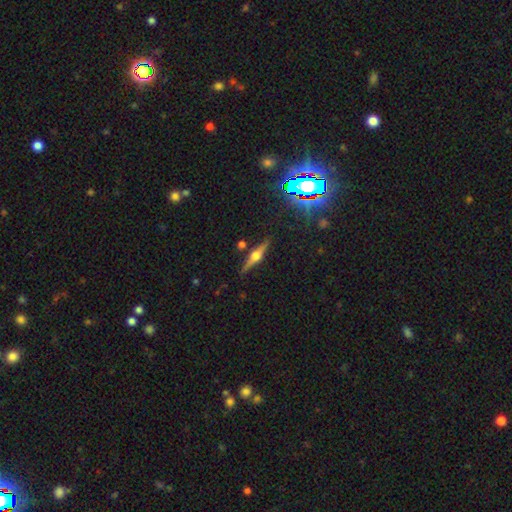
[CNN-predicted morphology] Smooth or featured?
  - featured or disk: 78% *
  - smooth: 14%
  - star or artifact: 8%
Edge-on disk?
  - yes: 97% *
  - no: 3%
Edge-on bulge?
  - rounded: 94% *
  - boxy: 4%
  - none: 2%
Merging?
  - none: 87% *
  - minor disturbance: 8%
  - merger: 3%
  - major disturbance: 2%